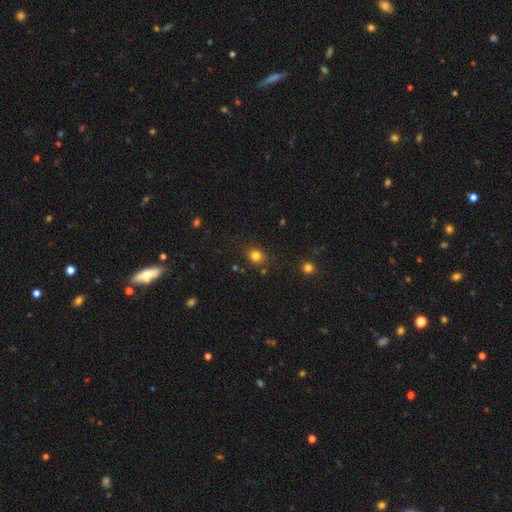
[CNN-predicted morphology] The model was most divided on "how rounded": round: 77%, in between: 22%, cigar-shaped: 1%. More confident: merging — none (83%); smooth or featured — smooth (80%).